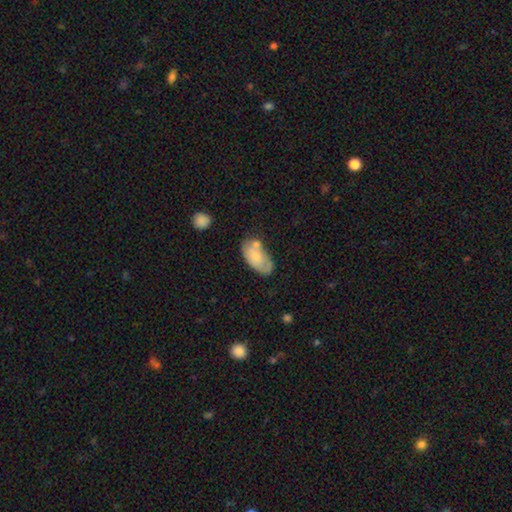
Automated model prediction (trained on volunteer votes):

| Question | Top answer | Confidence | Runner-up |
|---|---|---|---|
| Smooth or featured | smooth | 71% | featured or disk (22%) |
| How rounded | in between | 94% | round (3%) |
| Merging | none | 51% | minor disturbance (24%) |